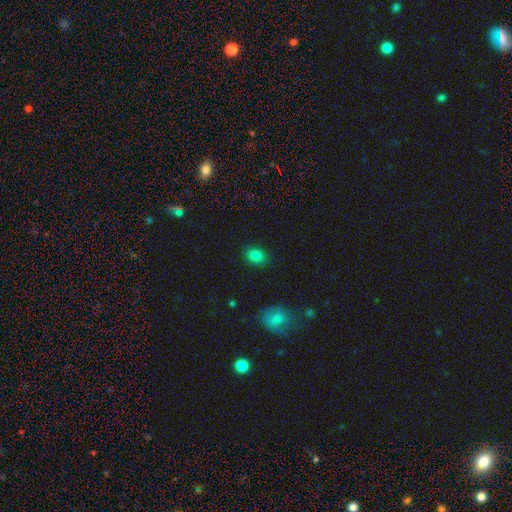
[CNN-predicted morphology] Q: Smooth or featured?
A: smooth (82%); runner-up: star or artifact (12%)
Q: How rounded?
A: in between (61%); runner-up: round (38%)
Q: Merging?
A: none (87%); runner-up: minor disturbance (10%)